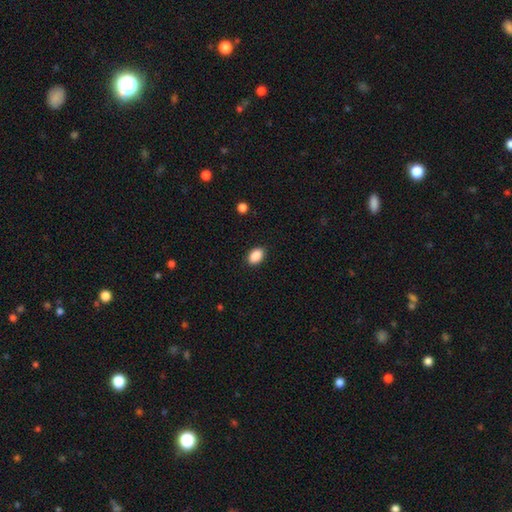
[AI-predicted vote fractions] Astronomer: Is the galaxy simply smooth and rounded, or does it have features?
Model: smooth — 89%.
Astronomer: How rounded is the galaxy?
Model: in between — 86%.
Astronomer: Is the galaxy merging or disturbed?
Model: none — 89%.